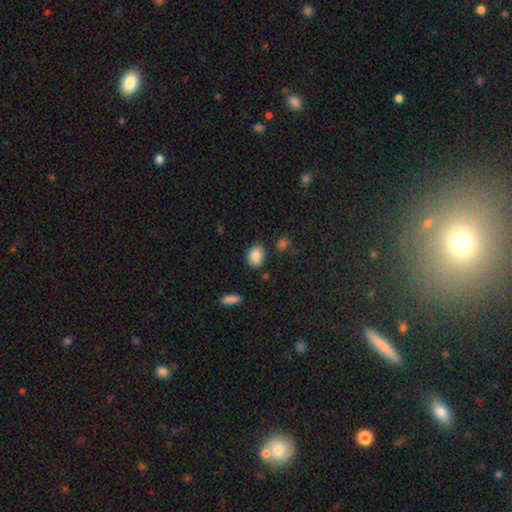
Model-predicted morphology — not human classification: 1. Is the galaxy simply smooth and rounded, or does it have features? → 87% smooth, 8% star or artifact, 5% featured or disk.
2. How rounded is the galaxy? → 56% in between, 43% round, 1% cigar-shaped.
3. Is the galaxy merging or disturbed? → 81% none, 12% minor disturbance, 4% merger, 3% major disturbance.